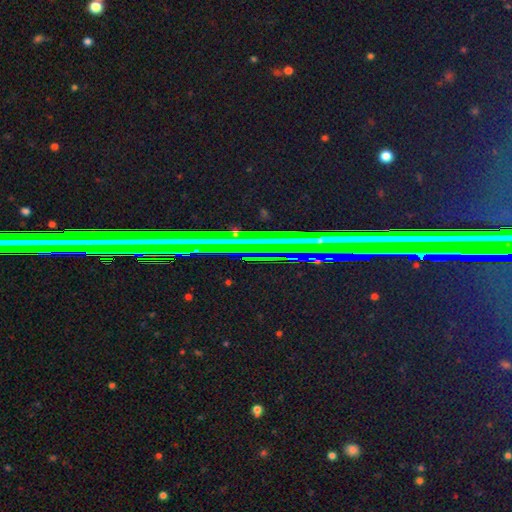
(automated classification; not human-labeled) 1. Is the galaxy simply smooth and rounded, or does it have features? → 79% star or artifact, 13% featured or disk, 8% smooth.